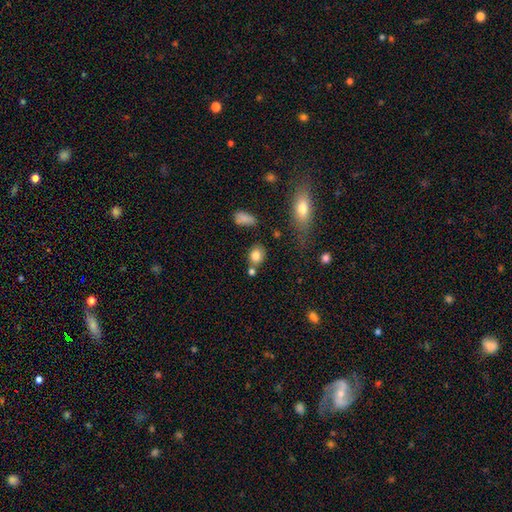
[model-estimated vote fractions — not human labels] A smooth galaxy with no disk features (81%) that is round (53%).

Vote fractions:
- Smooth or featured? smooth: 81% / star or artifact: 10% / featured or disk: 9%
- How rounded? round: 53% / in between: 45% / cigar-shaped: 2%
- Merging? none: 67% / merger: 15% / minor disturbance: 14% / major disturbance: 4%